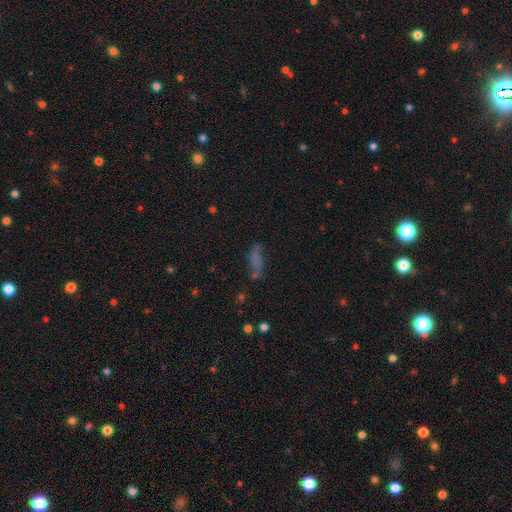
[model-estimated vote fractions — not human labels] Q: Smooth or featured?
A: smooth (55%); runner-up: featured or disk (26%)
Q: How rounded?
A: cigar-shaped (57%); runner-up: in between (39%)
Q: Merging?
A: none (58%); runner-up: minor disturbance (23%)